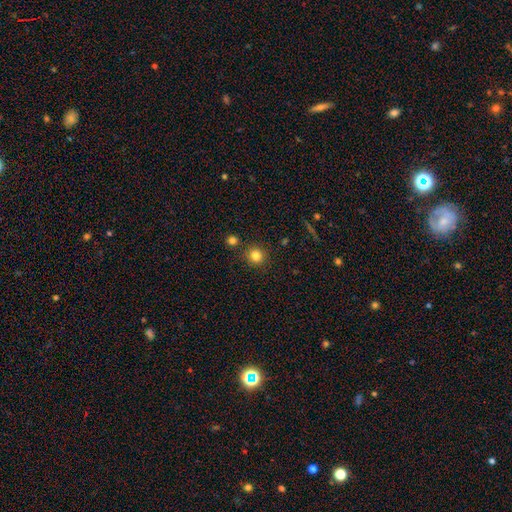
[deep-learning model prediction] This is clearly a smooth galaxy (82%). How rounded: clearly round (93%). Merging: clearly none (86%).